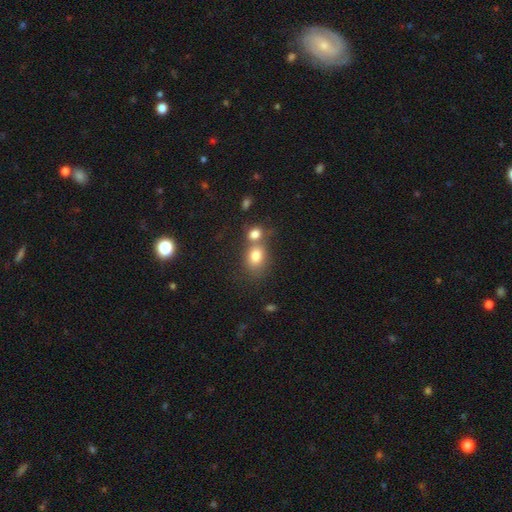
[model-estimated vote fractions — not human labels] Morphology: type=smooth (80%); roundness=in between (63%); merging=merger (50%).